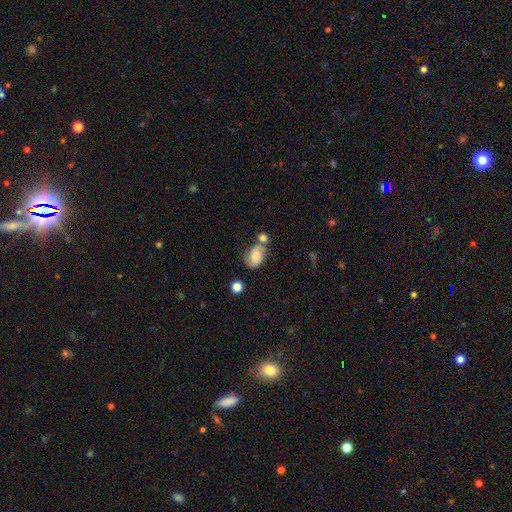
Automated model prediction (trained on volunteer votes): smooth 73%, featured or disk 18%, star or artifact 9%. Down the decision tree: how rounded — in between (82%); merging — none (46%).